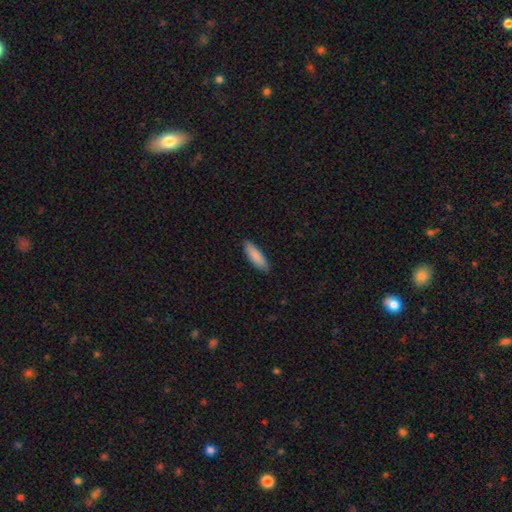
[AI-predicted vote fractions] Q: Smooth or featured?
A: smooth (88%); runner-up: featured or disk (7%)
Q: How rounded?
A: cigar-shaped (55%); runner-up: in between (43%)
Q: Merging?
A: none (87%); runner-up: minor disturbance (10%)